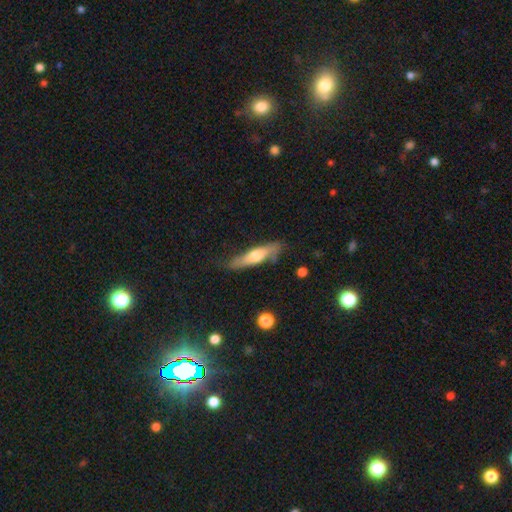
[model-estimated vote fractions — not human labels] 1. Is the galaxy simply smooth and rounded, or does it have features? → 49% smooth, 45% featured or disk, 5% star or artifact.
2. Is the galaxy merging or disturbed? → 70% none, 22% minor disturbance, 5% major disturbance, 3% merger.